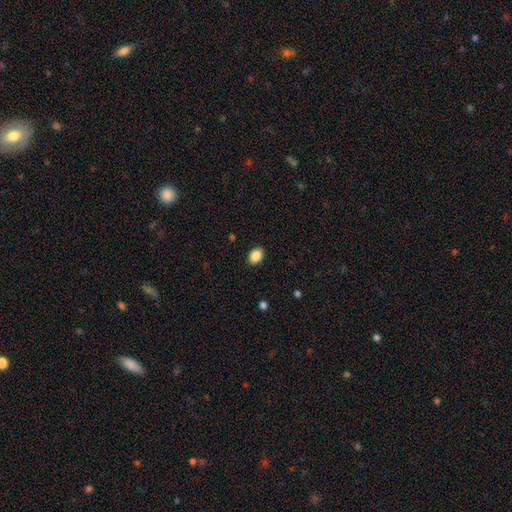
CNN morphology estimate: Smooth or featured? smooth (88%)
How rounded? in between (72%)
Merging? none (89%)